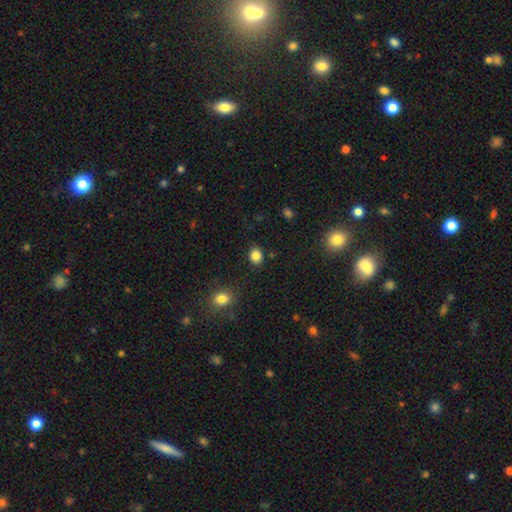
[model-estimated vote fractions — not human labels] Morphology: type=smooth (84%); roundness=round (61%); merging=none (87%).